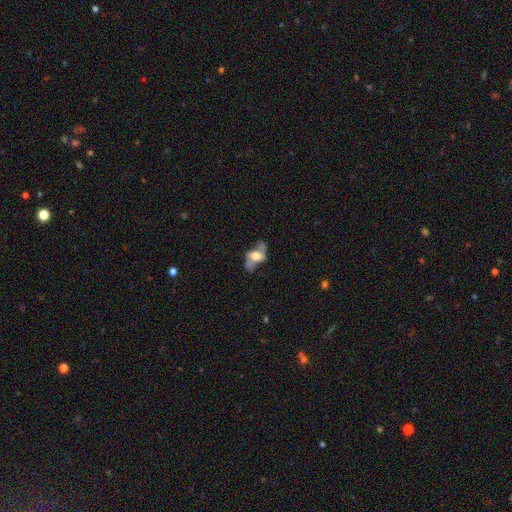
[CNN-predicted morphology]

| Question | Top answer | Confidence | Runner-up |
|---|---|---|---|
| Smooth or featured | featured or disk | 62% | smooth (29%) |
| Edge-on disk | no | 79% | yes (21%) |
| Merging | none | 55% | major disturbance (21%) |